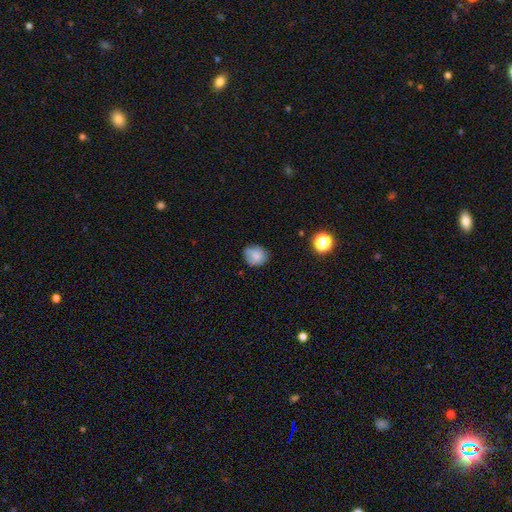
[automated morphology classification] A smooth galaxy with no disk features (76%) that is round (73%).

Vote fractions:
- Smooth or featured? smooth: 76% / featured or disk: 13% / star or artifact: 11%
- How rounded? round: 73% / in between: 26% / cigar-shaped: 1%
- Merging? none: 68% / minor disturbance: 24% / major disturbance: 6% / merger: 2%